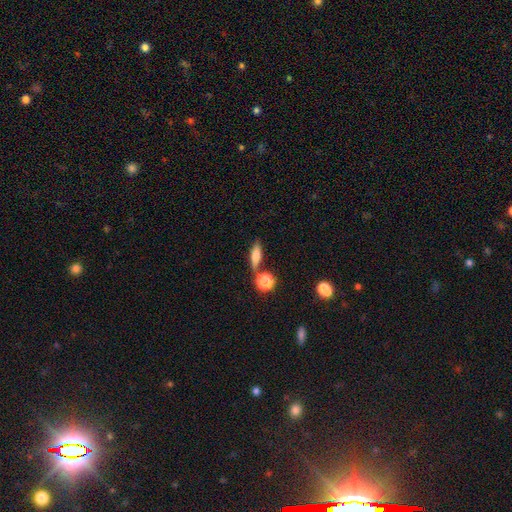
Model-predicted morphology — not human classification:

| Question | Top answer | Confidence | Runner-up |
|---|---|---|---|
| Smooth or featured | smooth | 67% | featured or disk (23%) |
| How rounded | cigar-shaped | 47% | in between (44%) |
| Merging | none | 67% | merger (16%) |